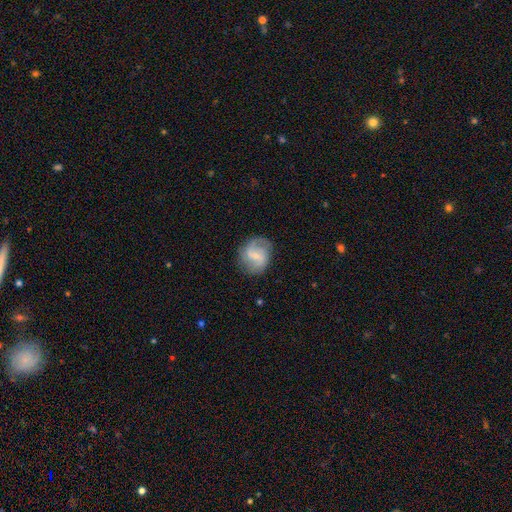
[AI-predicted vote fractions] This is likely a featured or disk galaxy (70%). It is clearly not viewed edge-on (97%). Bar: possibly weak (54%). Spiral arm pattern: clearly yes (89%). Spiral arm count: clearly 2 (84%). Spiral winding: possibly loose (46%). Central bulge: likely small (67%). Merging: likely none (78%).